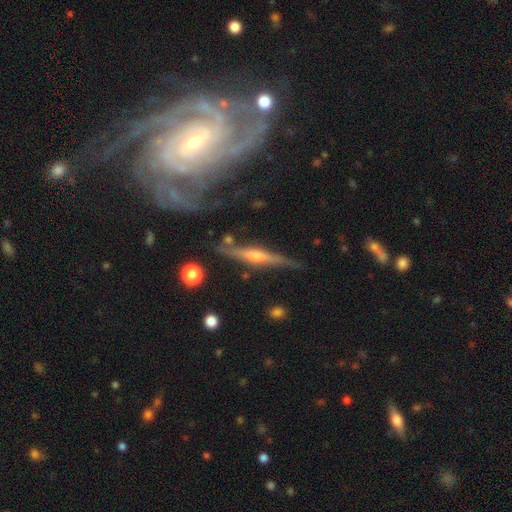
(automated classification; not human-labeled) Smooth or featured? featured or disk (77%)
Edge-on disk? yes (96%)
Edge-on bulge? rounded (82%)
Merging? none (78%)